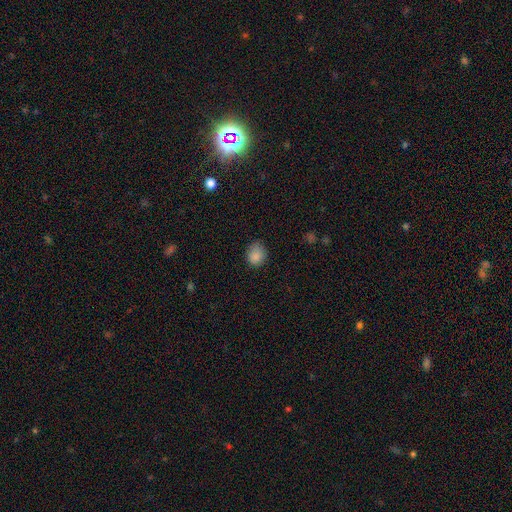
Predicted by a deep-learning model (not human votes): smooth 85%, star or artifact 10%, featured or disk 4%. Down the decision tree: how rounded — round (60%); merging — none (69%).